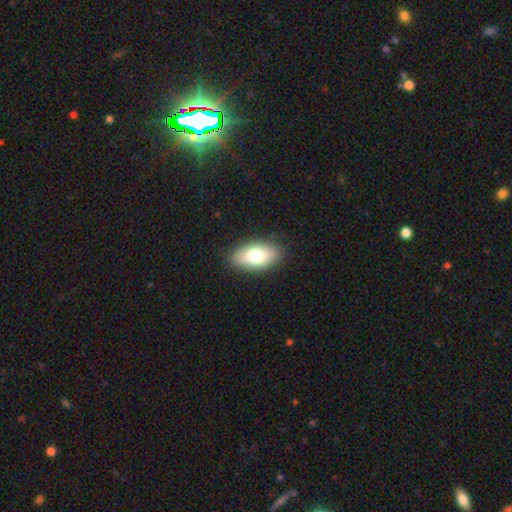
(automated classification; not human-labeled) The model was most divided on "smooth or featured": smooth: 74%, featured or disk: 18%, star or artifact: 8%. More confident: how rounded — in between (90%); merging — none (88%).